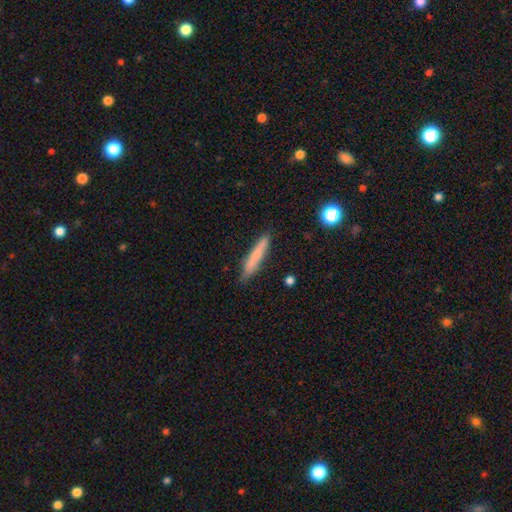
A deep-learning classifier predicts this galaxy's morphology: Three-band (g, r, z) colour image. It shows a smooth galaxy with no disk features (74%) that is cigar-shaped (93%). Merging: none (86%).